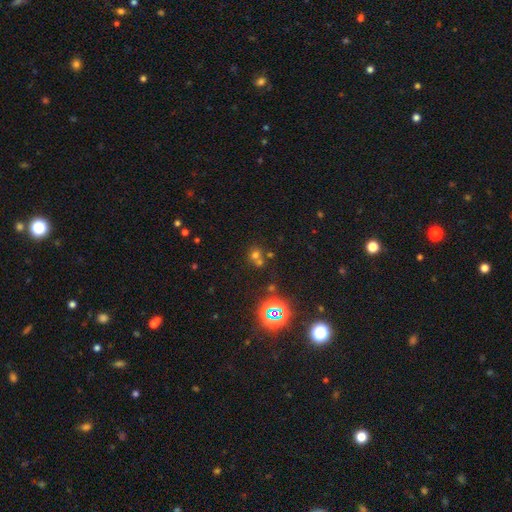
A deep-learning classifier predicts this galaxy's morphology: Smooth or featured?
  - smooth: 48% *
  - star or artifact: 39%
  - featured or disk: 13%
Merging?
  - none: 49% *
  - merger: 40%
  - minor disturbance: 8%
  - major disturbance: 4%